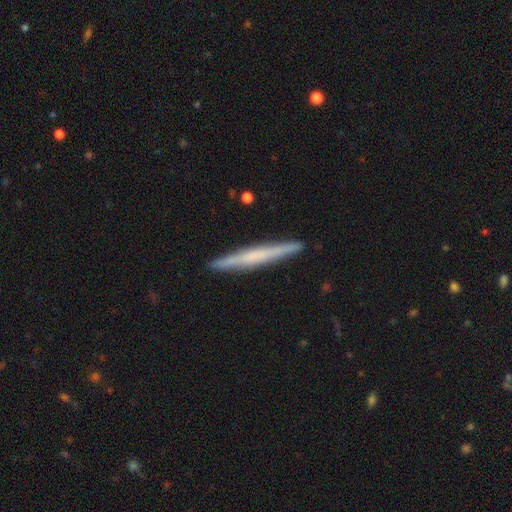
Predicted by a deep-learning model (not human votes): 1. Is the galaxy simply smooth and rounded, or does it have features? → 51% featured or disk, 43% smooth, 6% star or artifact.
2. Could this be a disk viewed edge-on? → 97% yes, 3% no.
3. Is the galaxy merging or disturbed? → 91% none, 6% minor disturbance, 1% major disturbance, 1% merger.